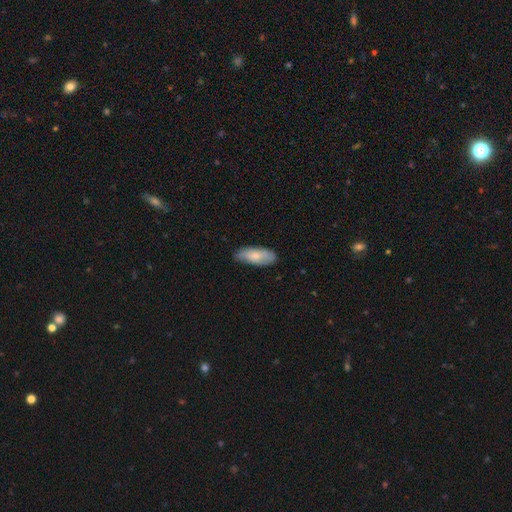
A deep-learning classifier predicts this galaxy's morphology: Overall: smooth (74%). How rounded: in between (78%). Merging: none (73%).